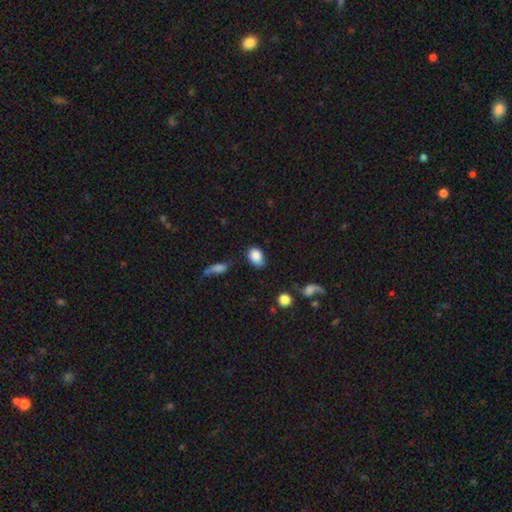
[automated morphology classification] smooth 85%, star or artifact 8%, featured or disk 7%. Down the decision tree: how rounded — in between (75%); merging — none (62%).